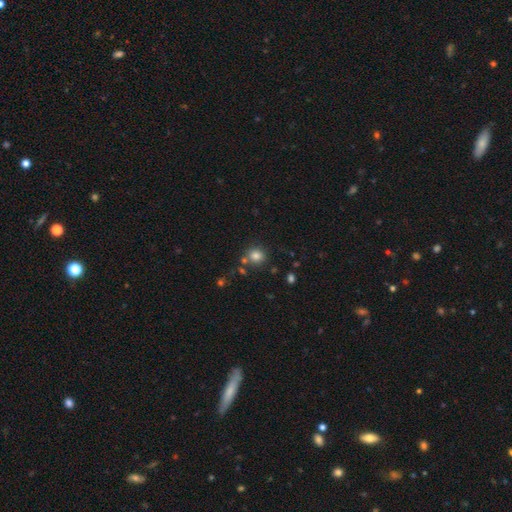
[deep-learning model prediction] Morphology: type=smooth (81%); roundness=round (83%); merging=none (74%).